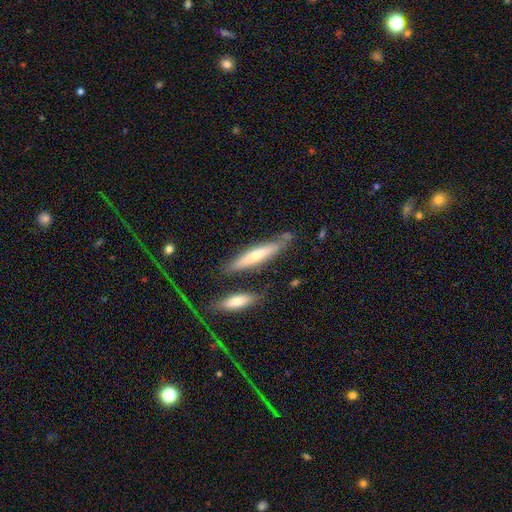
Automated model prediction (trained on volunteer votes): smooth_or_featured: smooth (p=0.52) [alt: featured or disk p=0.42]
how_rounded: cigar-shaped (p=0.86) [alt: in between p=0.13]
merging: none (p=0.71) [alt: minor disturbance p=0.17]